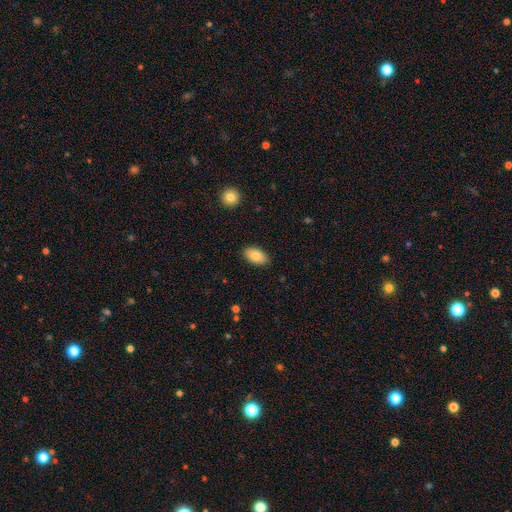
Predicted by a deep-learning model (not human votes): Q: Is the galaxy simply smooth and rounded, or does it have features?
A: smooth — 82%.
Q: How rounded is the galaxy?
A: in between — 93%.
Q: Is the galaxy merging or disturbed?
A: none — 87%.